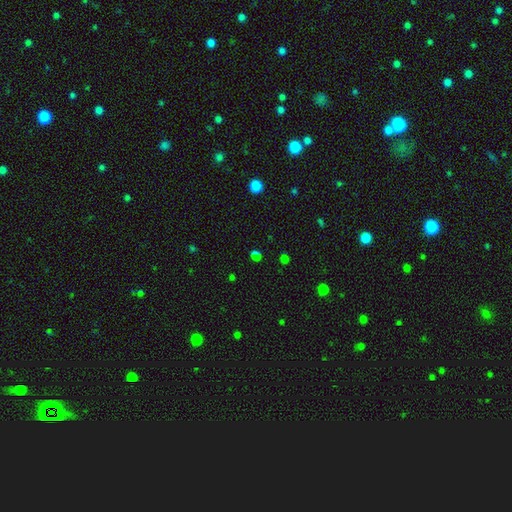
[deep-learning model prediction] smooth-or-featured: star or artifact: 51% | smooth: 40% | featured or disk: 8%